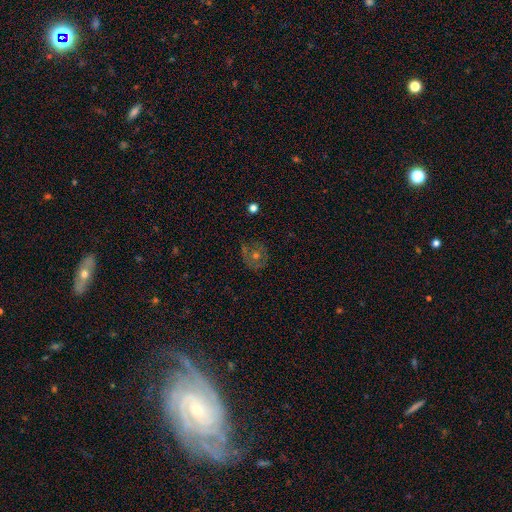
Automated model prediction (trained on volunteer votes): Smooth or featured? featured or disk (49%)
Merging? none (73%)